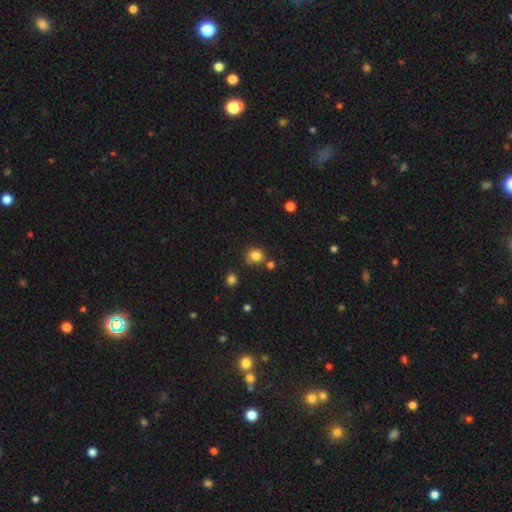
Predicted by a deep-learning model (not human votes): Overall: smooth (82%). How rounded: round (85%). Merging: none (74%).